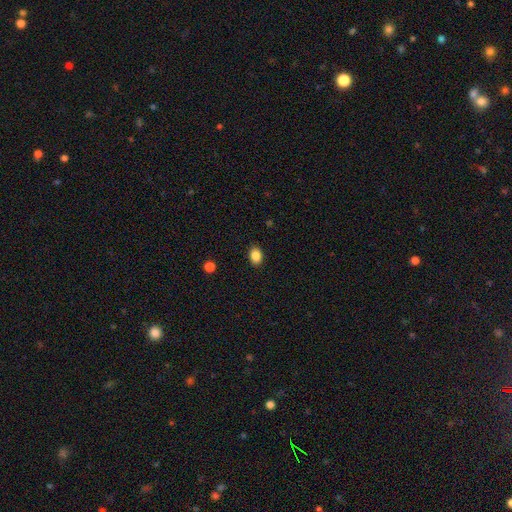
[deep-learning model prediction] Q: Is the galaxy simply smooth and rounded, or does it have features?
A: smooth — 87%.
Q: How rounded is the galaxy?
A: in between — 70%.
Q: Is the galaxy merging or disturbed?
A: none — 89%.